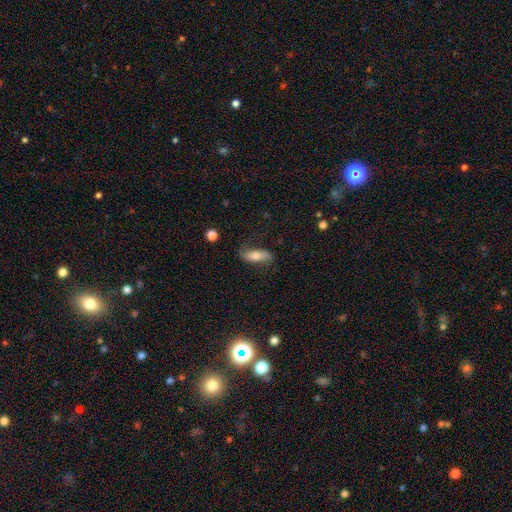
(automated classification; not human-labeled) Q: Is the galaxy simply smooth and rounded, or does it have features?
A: smooth — 56%.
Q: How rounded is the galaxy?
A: in between — 56%.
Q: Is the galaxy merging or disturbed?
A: none — 70%.